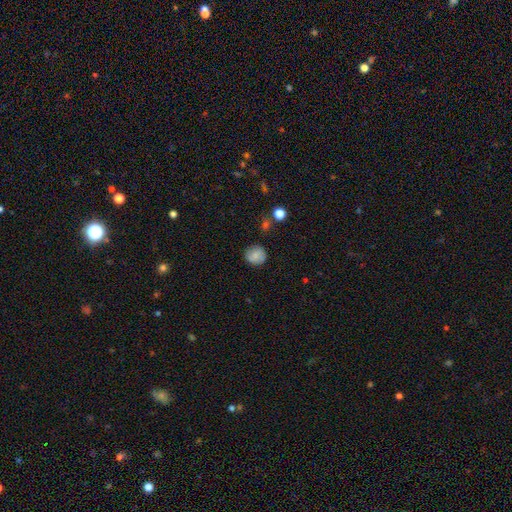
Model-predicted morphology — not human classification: A smooth galaxy with no disk features (73%) that is round (85%).

Vote fractions:
- Smooth or featured? smooth: 73% / featured or disk: 17% / star or artifact: 10%
- How rounded? round: 85% / in between: 14% / cigar-shaped: 1%
- Merging? none: 78% / minor disturbance: 16% / major disturbance: 4% / merger: 3%